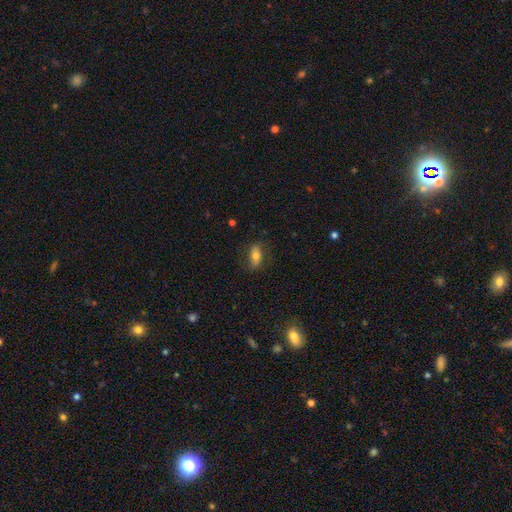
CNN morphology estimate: type=smooth (65%); roundness=in between (78%); merging=none (76%).